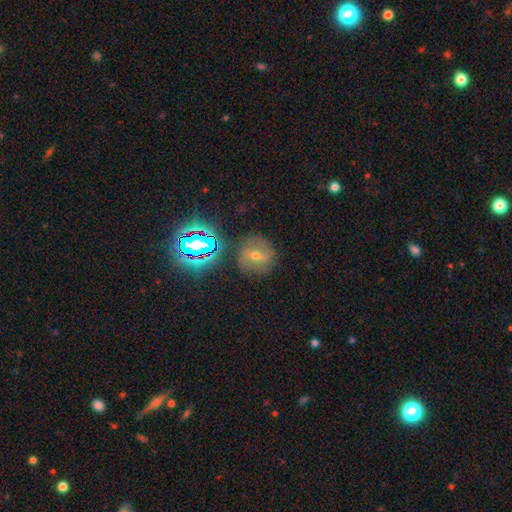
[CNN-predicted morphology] type=featured or disk (40%); merging=none (81%).